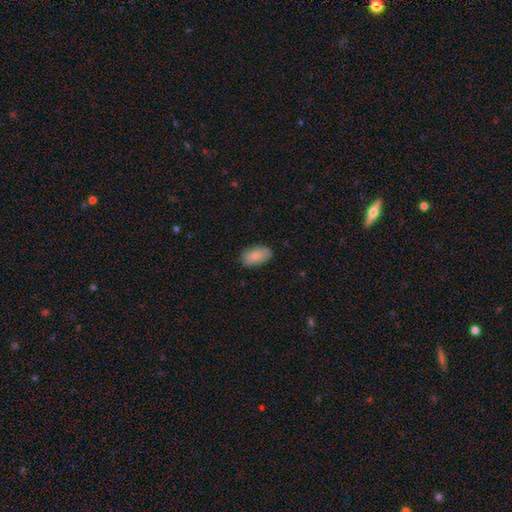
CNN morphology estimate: smooth-or-featured: smooth: 83% | featured or disk: 11% | star or artifact: 6%
  how-rounded: in between: 93% | round: 5% | cigar-shaped: 2%
  merging: none: 81% | minor disturbance: 15% | major disturbance: 3% | merger: 1%